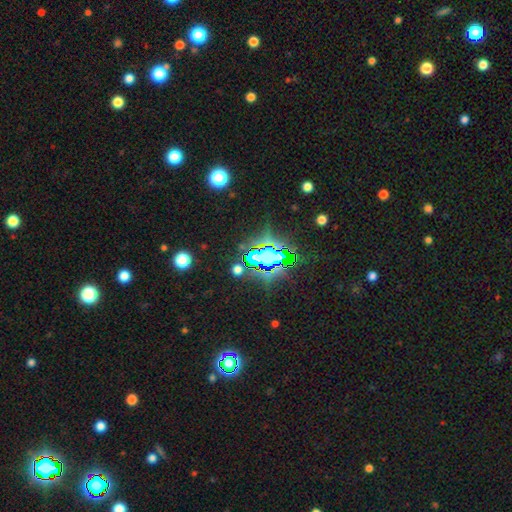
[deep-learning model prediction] The model was most divided on "smooth or featured": star or artifact: 81%, smooth: 11%, featured or disk: 8%.